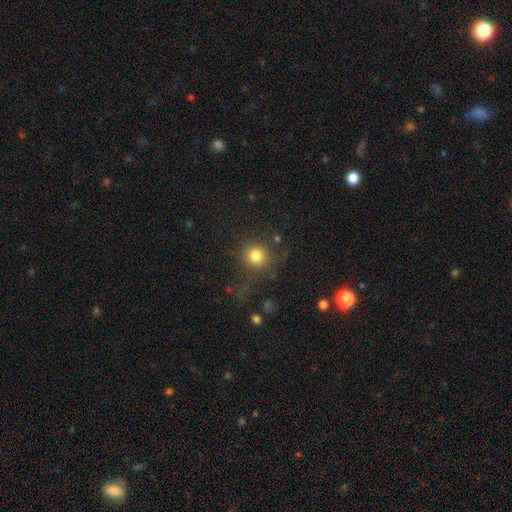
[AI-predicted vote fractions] This is likely a smooth galaxy (79%). How rounded: clearly round (91%). Merging: likely none (70%).